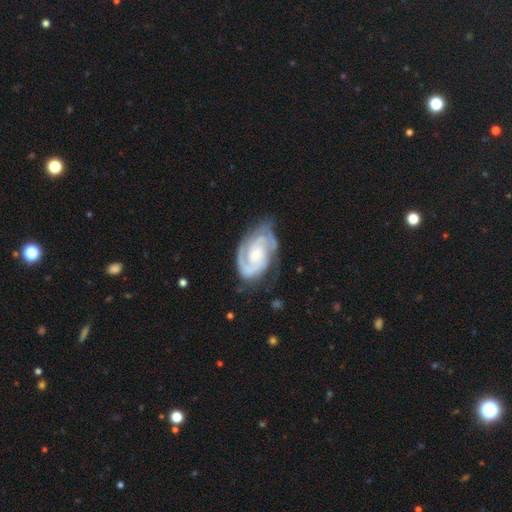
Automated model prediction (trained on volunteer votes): Smooth or featured? featured or disk (89%)
Edge-on disk? no (97%)
Bar? no (62%)
Spiral arms? yes (97%)
Spiral winding? tight (58%)
Spiral arm count? 2 (73%)
Bulge size? small (52%)
Merging? none (68%)